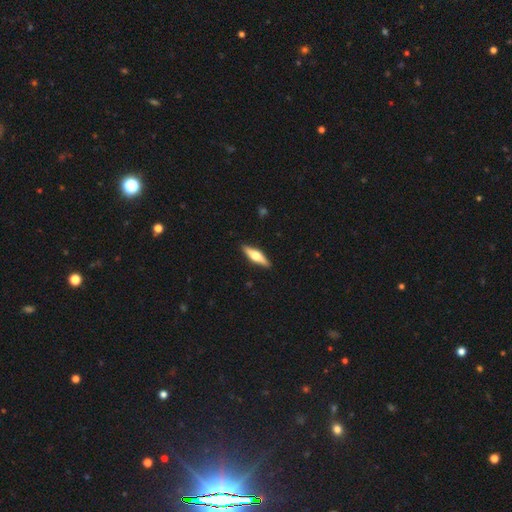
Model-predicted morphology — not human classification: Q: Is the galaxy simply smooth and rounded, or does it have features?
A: featured or disk — 55%.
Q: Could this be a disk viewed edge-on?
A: yes — 94%.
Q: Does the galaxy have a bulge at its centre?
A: rounded — 93%.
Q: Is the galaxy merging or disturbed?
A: none — 90%.